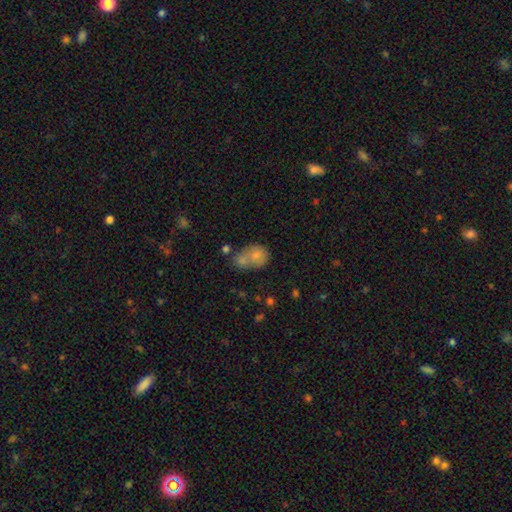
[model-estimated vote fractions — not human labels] smooth_or_featured: smooth (p=0.74) [alt: featured or disk p=0.16]
how_rounded: in between (p=0.50) [alt: round p=0.49]
merging: merger (p=0.54) [alt: none p=0.26]